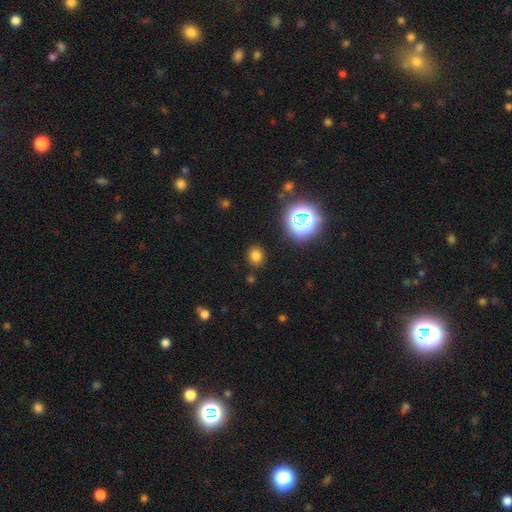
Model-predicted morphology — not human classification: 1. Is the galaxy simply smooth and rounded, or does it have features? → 74% smooth, 20% star or artifact, 6% featured or disk.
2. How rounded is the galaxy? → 67% round, 32% in between, 1% cigar-shaped.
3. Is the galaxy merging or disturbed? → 87% none, 8% minor disturbance, 3% major disturbance, 2% merger.